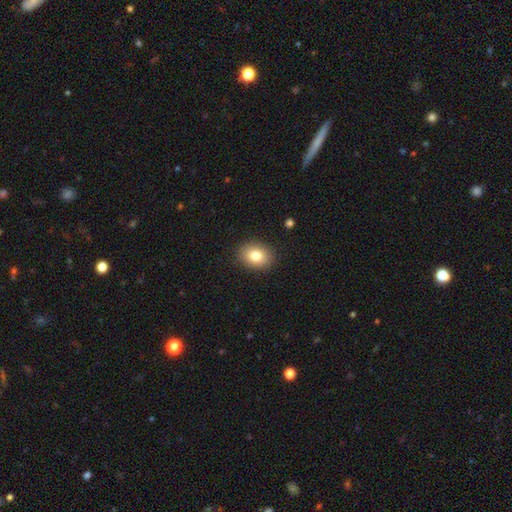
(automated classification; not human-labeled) smooth-or-featured: smooth: 81% | featured or disk: 10% | star or artifact: 9%
  how-rounded: in between: 62% | round: 38% | cigar-shaped: 1%
  merging: none: 89% | minor disturbance: 8% | major disturbance: 2% | merger: 1%